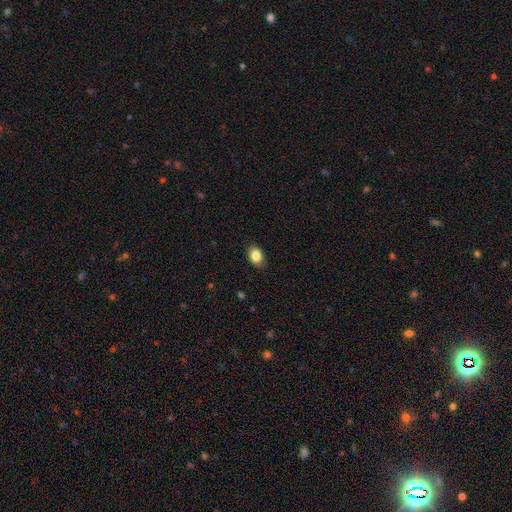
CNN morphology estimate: type=smooth (86%); roundness=in between (78%); merging=none (86%).